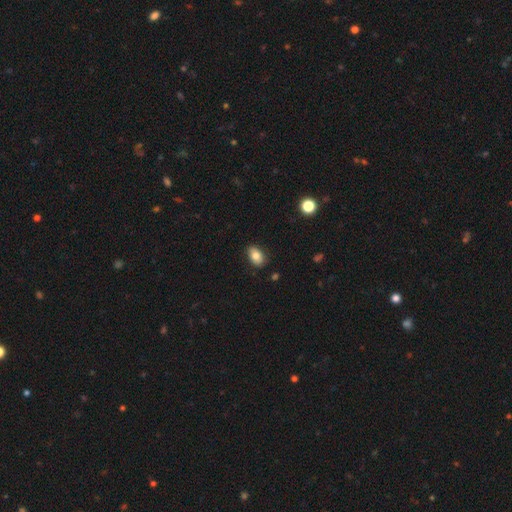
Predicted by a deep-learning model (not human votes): This is clearly a smooth galaxy (81%). How rounded: clearly in between (86%). Merging: clearly none (82%).